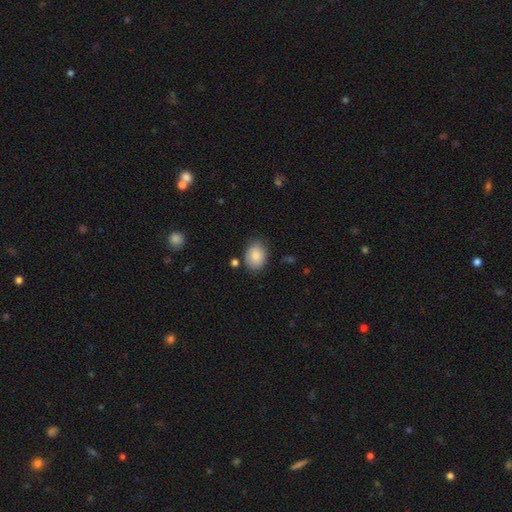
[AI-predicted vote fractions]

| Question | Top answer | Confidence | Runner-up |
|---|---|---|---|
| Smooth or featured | smooth | 85% | featured or disk (7%) |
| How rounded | in between | 68% | round (31%) |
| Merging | none | 78% | minor disturbance (15%) |